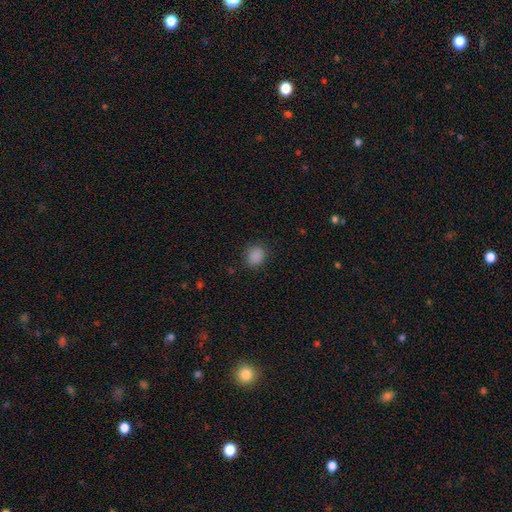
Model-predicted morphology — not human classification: type=smooth (87%); roundness=round (66%); merging=none (86%).